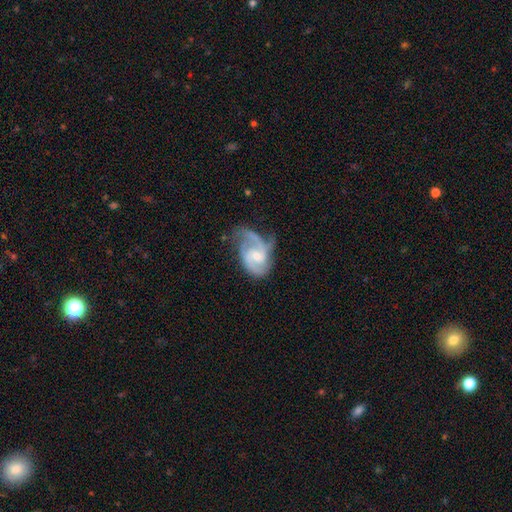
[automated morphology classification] Smooth or featured: featured or disk — 88% (smooth — 8%)
Edge-on disk: no — 98% (yes — 2%)
Bar: weak — 48% (no — 44%)
Spiral arms: yes — 97% (no — 3%)
Spiral winding: medium — 52% (tight — 34%)
Spiral arm count: 2 — 60% (3 — 22%)
Bulge size: moderate — 48% (small — 43%)
Merging: none — 46% (minor disturbance — 30%)